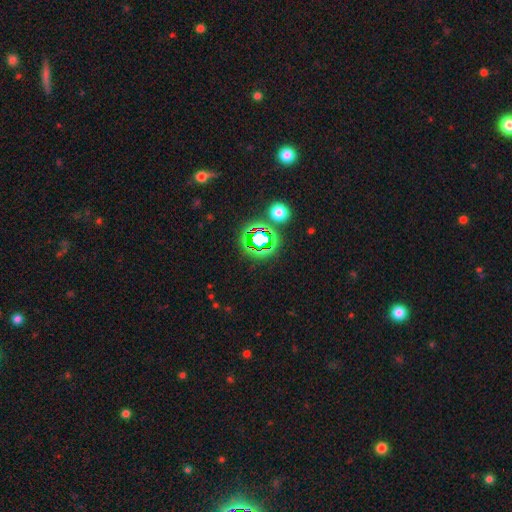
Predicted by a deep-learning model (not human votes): Q: Smooth or featured?
A: star or artifact (65%); runner-up: smooth (25%)